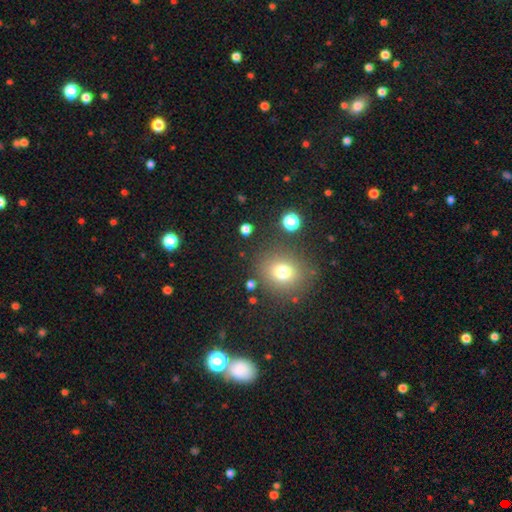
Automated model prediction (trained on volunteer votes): Smooth or featured: smooth — 59% (star or artifact — 31%)
How rounded: round — 85% (in between — 14%)
Merging: none — 84% (minor disturbance — 8%)